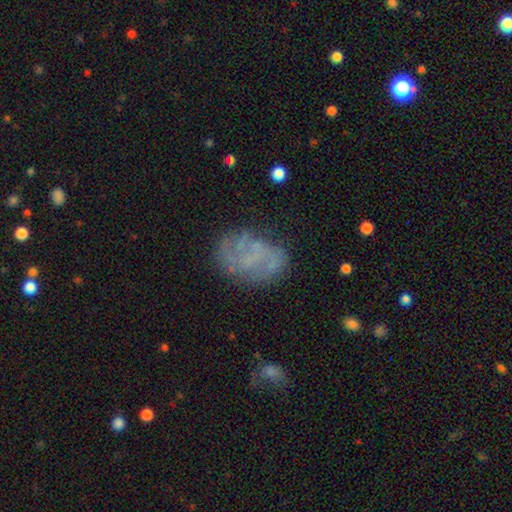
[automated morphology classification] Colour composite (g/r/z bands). It shows a featured or disk galaxy (54%) with no bar (75%), spiral arms (53%) and no central bulge (75%). Merging: none (66%).